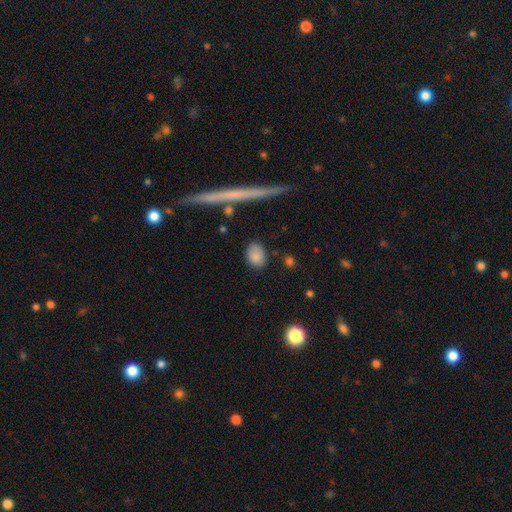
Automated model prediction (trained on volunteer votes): This is clearly a smooth galaxy (85%). How rounded: likely in between (72%). Merging: likely none (80%).